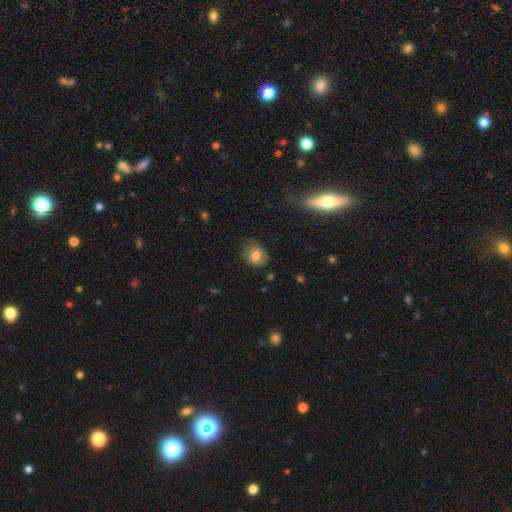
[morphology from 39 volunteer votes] Q: Smooth or featured?
A: smooth (54%); runner-up: featured or disk (44%)
Q: How rounded?
A: in between (57%); runner-up: round (43%)
Q: Merging?
A: none (63%); runner-up: minor disturbance (24%)